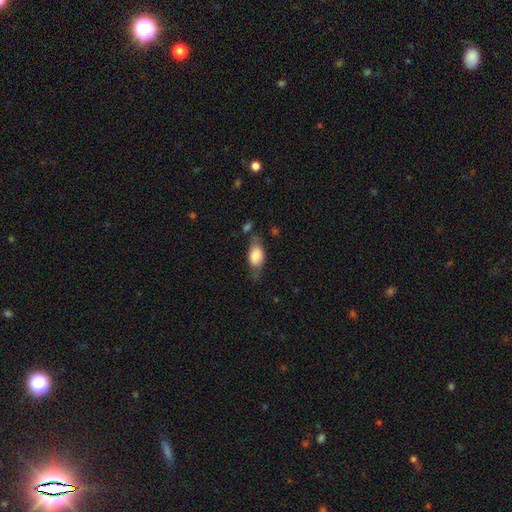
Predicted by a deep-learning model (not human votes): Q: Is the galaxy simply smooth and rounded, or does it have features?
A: smooth — 76%.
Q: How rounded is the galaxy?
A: in between — 88%.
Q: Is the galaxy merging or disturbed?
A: none — 51%.